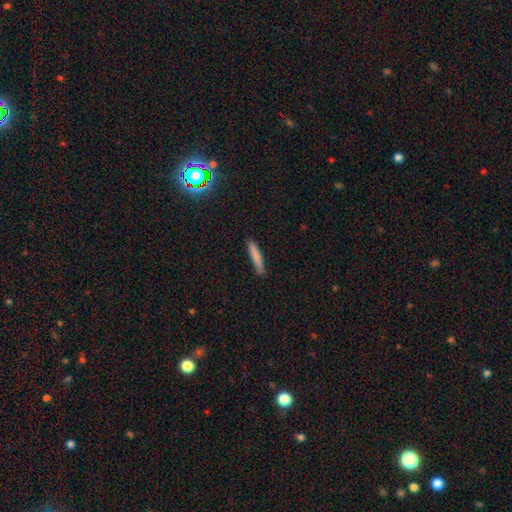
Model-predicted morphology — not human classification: Smooth or featured? smooth (81%)
How rounded? cigar-shaped (92%)
Merging? none (83%)